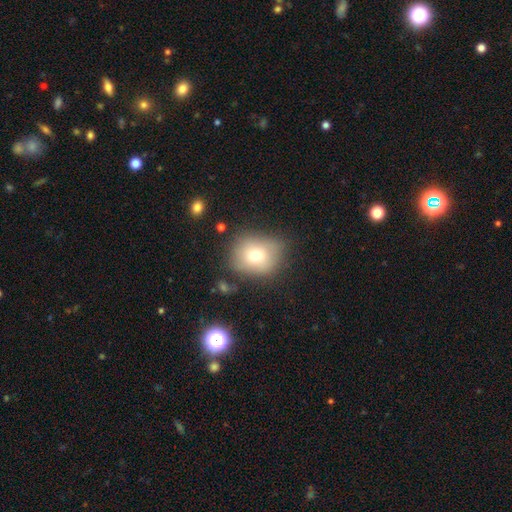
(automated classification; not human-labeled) Smooth or featured: smooth — 71% (featured or disk — 16%)
How rounded: round — 69% (in between — 30%)
Merging: none — 73% (minor disturbance — 18%)